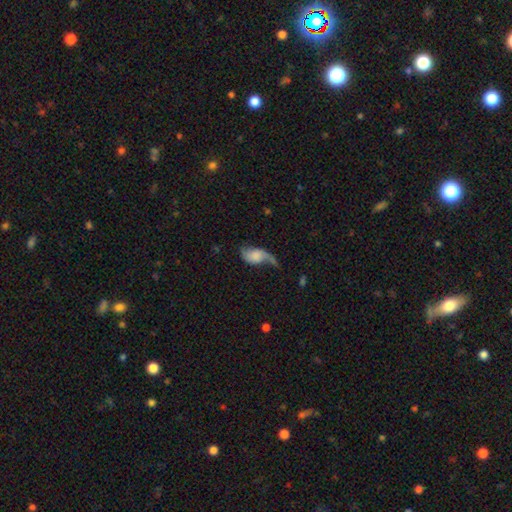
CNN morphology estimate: type=featured or disk (54%); edge-on=no (94%); bar=no (67%); spiral arms=yes (86%); bulge=none (42%); merging=none (33%, tied with major disturbance).